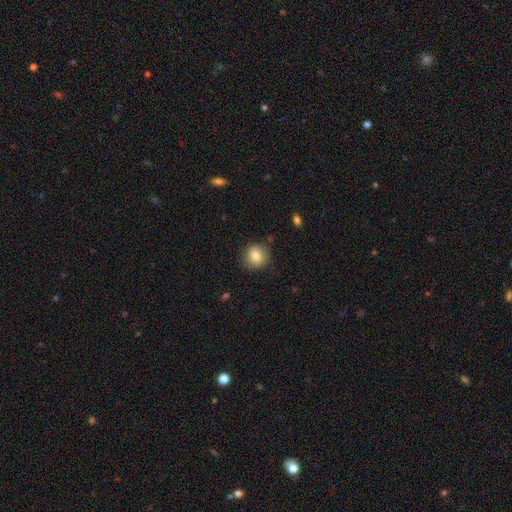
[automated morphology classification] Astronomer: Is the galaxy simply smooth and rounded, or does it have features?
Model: smooth — 82%.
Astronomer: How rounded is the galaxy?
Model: round — 84%.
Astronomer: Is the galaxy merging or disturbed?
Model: none — 80%.